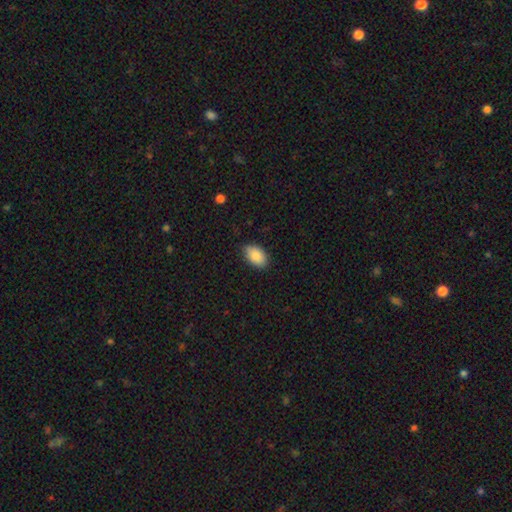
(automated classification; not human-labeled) A smooth galaxy with no disk features (89%) that is in between round and cigar-shaped (92%). Merging: none (84%).